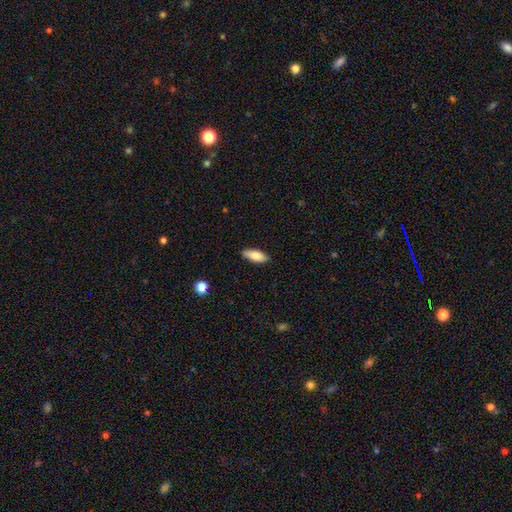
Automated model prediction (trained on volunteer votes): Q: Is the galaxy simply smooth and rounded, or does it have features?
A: smooth — 83%.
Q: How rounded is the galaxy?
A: in between — 74%.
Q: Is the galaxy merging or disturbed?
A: none — 87%.